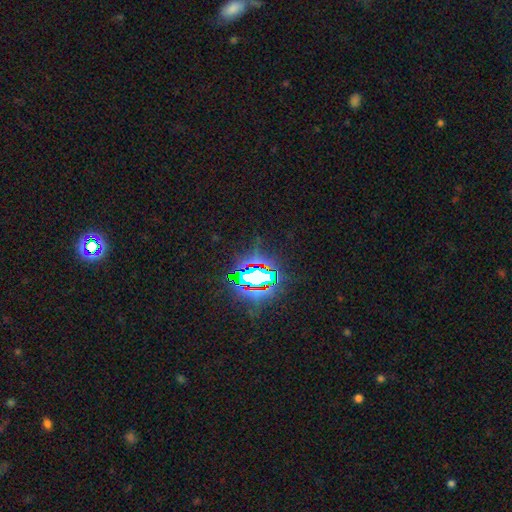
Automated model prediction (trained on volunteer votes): The model was most divided on "smooth or featured": star or artifact: 83%, smooth: 10%, featured or disk: 8%.